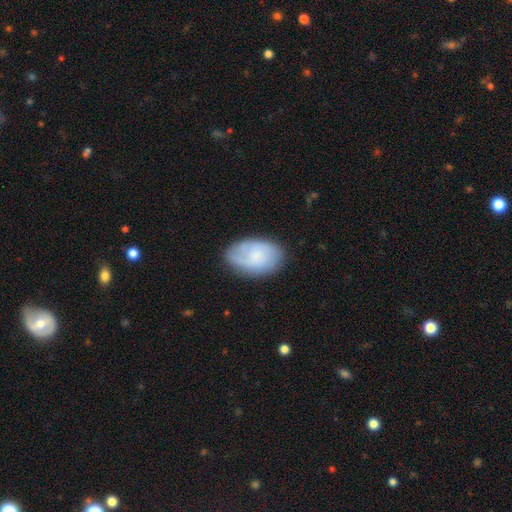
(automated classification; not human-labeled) Smooth or featured? smooth (59%)
How rounded? in between (89%)
Merging? none (72%)